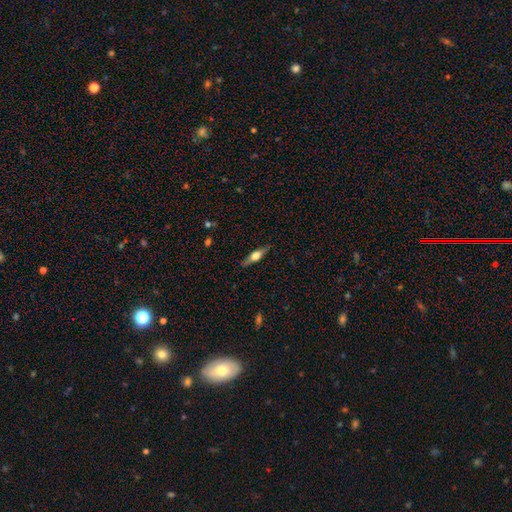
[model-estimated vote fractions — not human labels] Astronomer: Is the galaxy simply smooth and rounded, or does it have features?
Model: featured or disk — 55% (runner-up: smooth, 39%).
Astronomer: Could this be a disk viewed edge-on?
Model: yes — 93%.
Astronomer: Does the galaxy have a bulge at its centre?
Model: rounded — 89%.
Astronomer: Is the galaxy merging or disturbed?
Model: none — 86%.